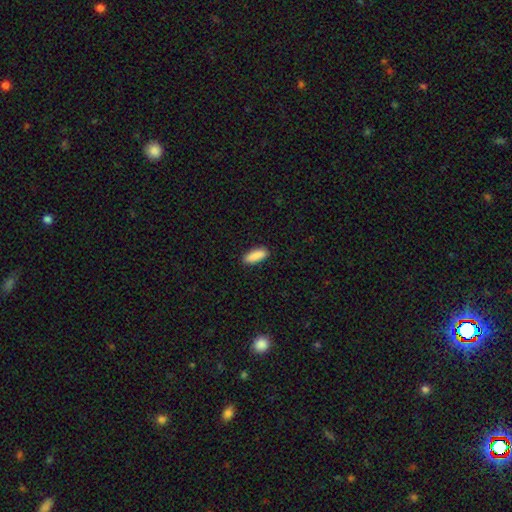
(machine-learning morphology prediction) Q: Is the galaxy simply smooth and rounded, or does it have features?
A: smooth — 90%.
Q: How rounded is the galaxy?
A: in between — 63%.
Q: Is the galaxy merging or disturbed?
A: none — 89%.